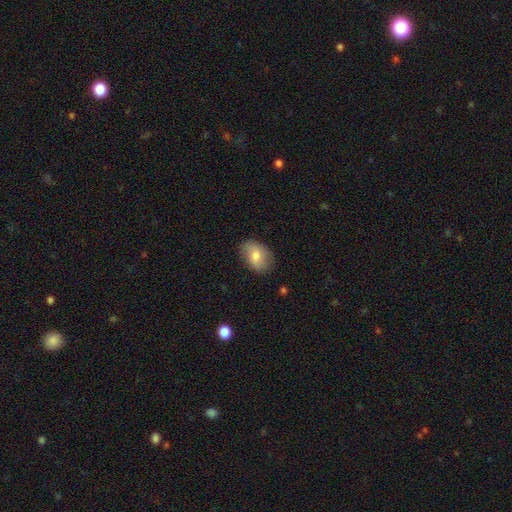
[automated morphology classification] Smooth or featured? Predicted: smooth (p=0.76). How rounded? Predicted: in between (p=0.81). Merging? Predicted: none (p=0.80).